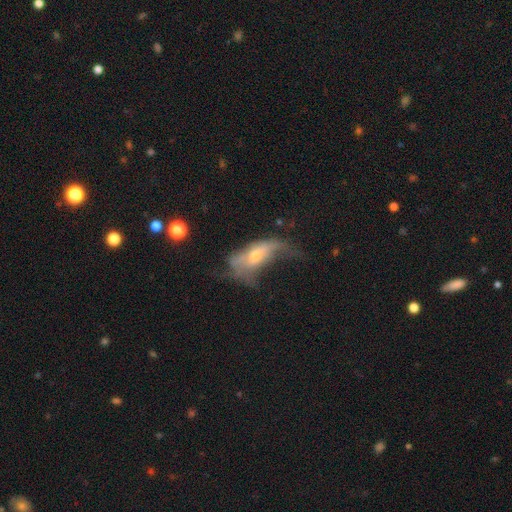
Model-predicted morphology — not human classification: The model was most divided on "bulge size": moderate: 51%, small: 43%, large: 3%, none: 2%, dominant: 1%. Remaining: edge-on disk — no (84%); bar — no (65%); smooth or featured — featured or disk (61%); spiral arms — yes (55%); merging — major disturbance (49%).